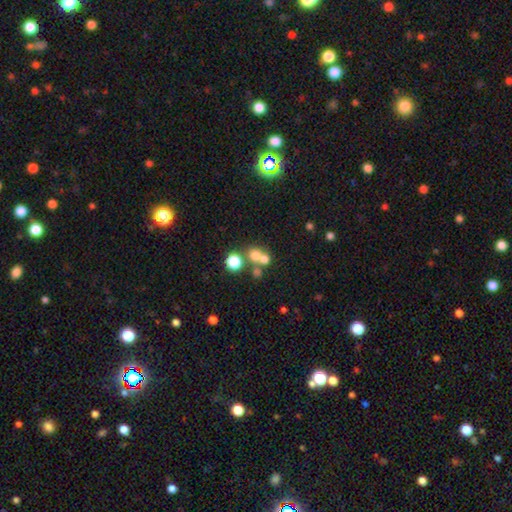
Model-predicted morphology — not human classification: smooth-or-featured: smooth: 66% | star or artifact: 18% | featured or disk: 16%
  how-rounded: round: 84% | in between: 15% | cigar-shaped: 1%
  merging: none: 45% | merger: 44% | minor disturbance: 7% | major disturbance: 4%